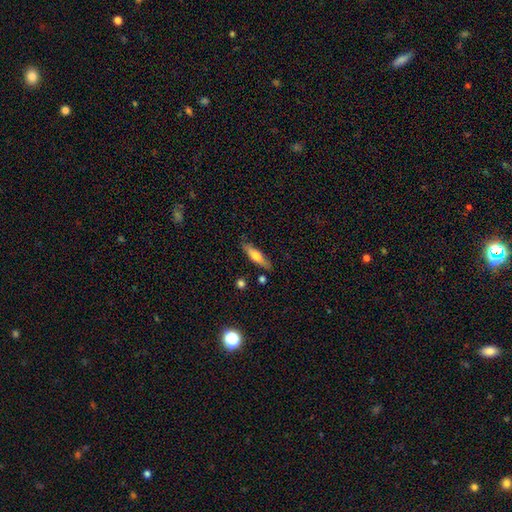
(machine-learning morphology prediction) Smooth or featured? smooth (63%)
How rounded? cigar-shaped (70%)
Merging? none (82%)